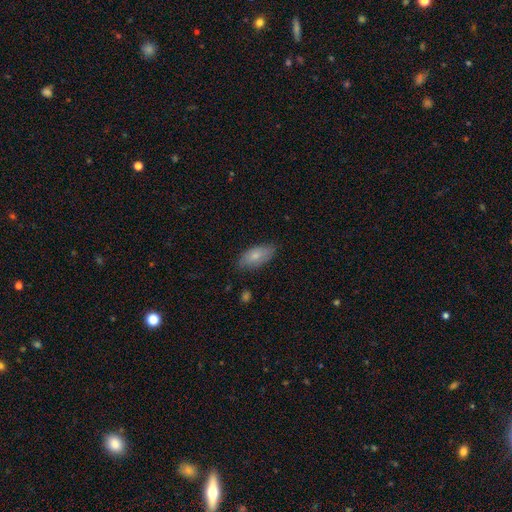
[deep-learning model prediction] A smooth galaxy with no disk features (76%) that is in between round and cigar-shaped (91%).

Vote fractions:
- Smooth or featured? smooth: 76% / featured or disk: 18% / star or artifact: 6%
- How rounded? in between: 91% / cigar-shaped: 6% / round: 3%
- Merging? none: 74% / minor disturbance: 21% / major disturbance: 3% / merger: 1%